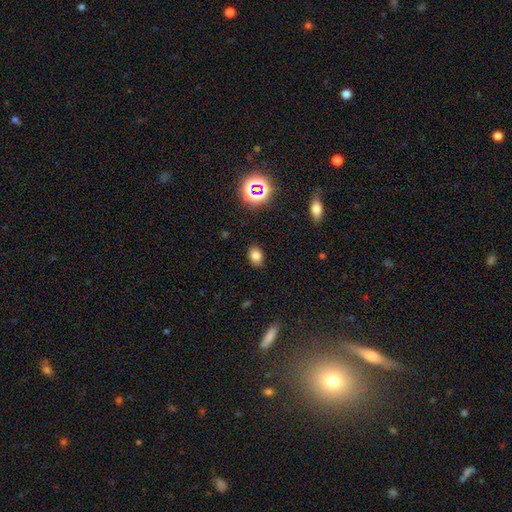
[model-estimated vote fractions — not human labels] The model was most divided on "how rounded": in between: 71%, round: 28%, cigar-shaped: 1%. More confident: merging — none (87%); smooth or featured — smooth (77%).